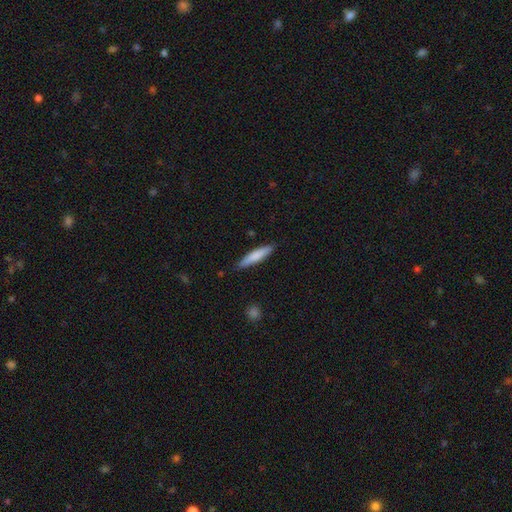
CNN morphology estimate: This appears to be a smooth galaxy with no disk features (78%) that is cigar-shaped (87%). Merging: none (85%).